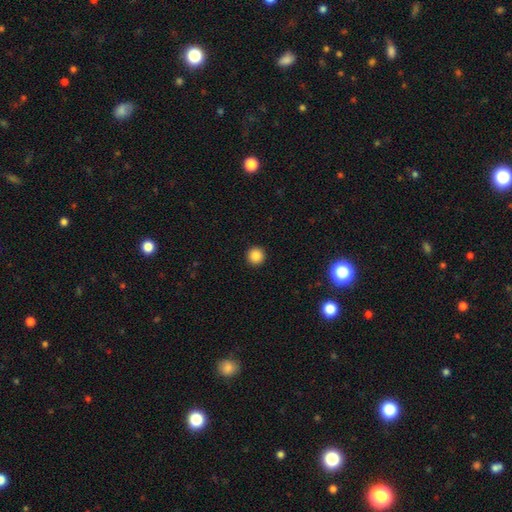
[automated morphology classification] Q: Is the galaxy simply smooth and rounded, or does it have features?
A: smooth — 87%.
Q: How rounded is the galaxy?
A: round — 96%.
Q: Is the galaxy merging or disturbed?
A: none — 93%.